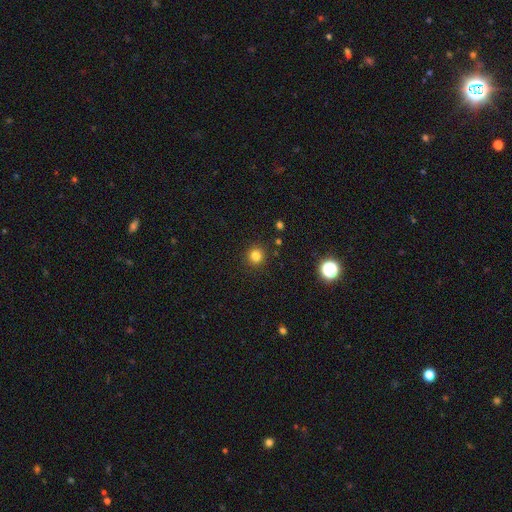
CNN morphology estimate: Q: Smooth or featured?
A: smooth (81%); runner-up: star or artifact (14%)
Q: How rounded?
A: round (94%); runner-up: in between (5%)
Q: Merging?
A: none (91%); runner-up: minor disturbance (5%)